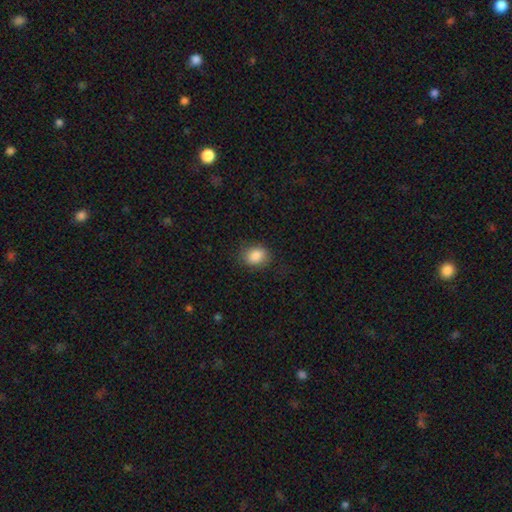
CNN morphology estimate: smooth 86%, star or artifact 8%, featured or disk 5%. Down the decision tree: how rounded — in between (55%); merging — none (79%).